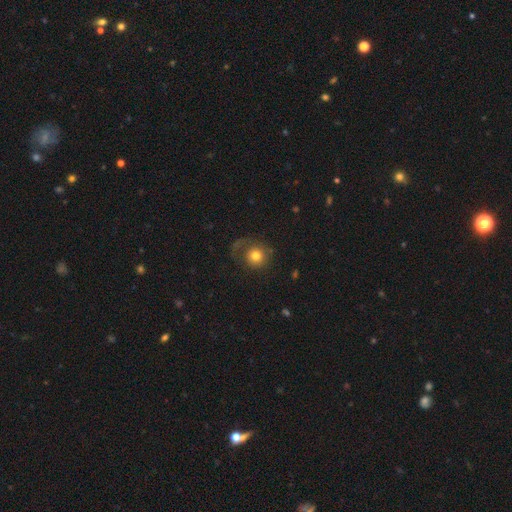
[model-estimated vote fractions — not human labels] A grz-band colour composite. It shows a smooth galaxy with no disk features (71%) that is round (90%). Merging: none (55%).